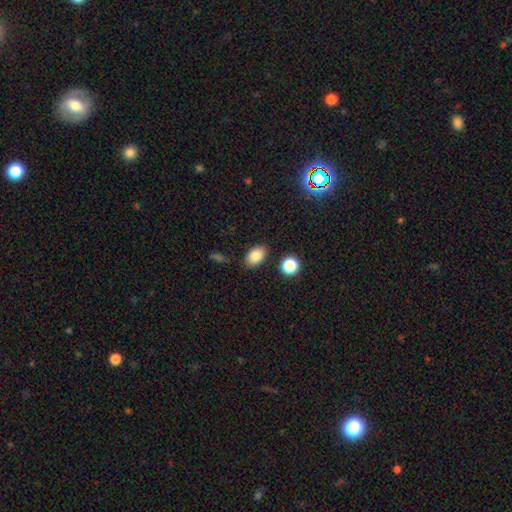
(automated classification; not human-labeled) This is clearly a smooth galaxy (83%). How rounded: clearly in between (85%). Merging: clearly none (85%).